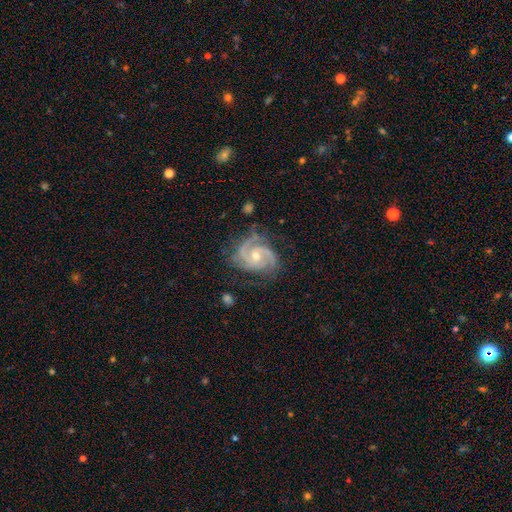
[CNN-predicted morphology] A featured or disk galaxy (91%) with no bar (63%), 2 (50%) tight (52%) spiral arms (98%) and a moderate central bulge (53%).

Vote fractions:
- Smooth or featured? featured or disk: 91% / star or artifact: 5% / smooth: 4%
- Edge-on disk? no: 98% / yes: 2%
- Bar? no: 63% / weak: 30% / strong: 8%
- Spiral arms? yes: 98% / no: 2%
- Spiral winding? tight: 52% / medium: 41% / loose: 6%
- Spiral arm count? 2: 50% / 3: 34% / can't tell: 6% / 4: 4% / 1: 3% / more than 4: 3%
- Bulge size? moderate: 53% / small: 44% / large: 1% / none: 1% / dominant: 1%
- Merging? none: 70% / minor disturbance: 21% / major disturbance: 8% / merger: 2%